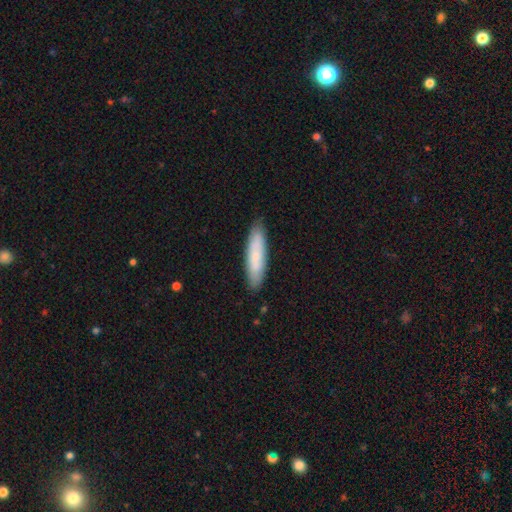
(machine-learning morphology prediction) Smooth or featured?
  - smooth: 76% *
  - featured or disk: 18%
  - star or artifact: 6%
How rounded?
  - cigar-shaped: 74% *
  - in between: 24%
  - round: 1%
Merging?
  - none: 87% *
  - minor disturbance: 10%
  - major disturbance: 2%
  - merger: 1%